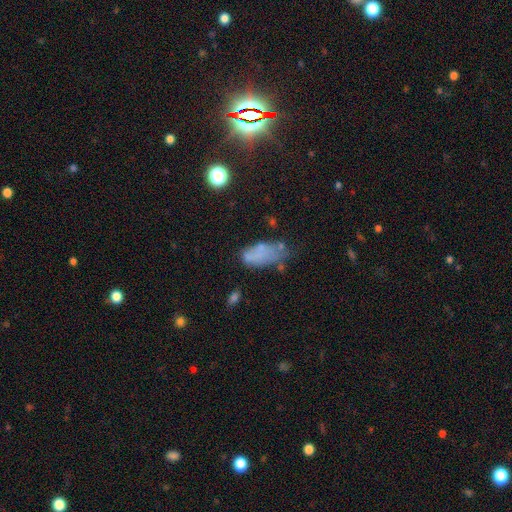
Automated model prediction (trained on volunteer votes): This is likely a smooth galaxy (64%). How rounded: clearly in between (88%). Merging: marginally none (34%).